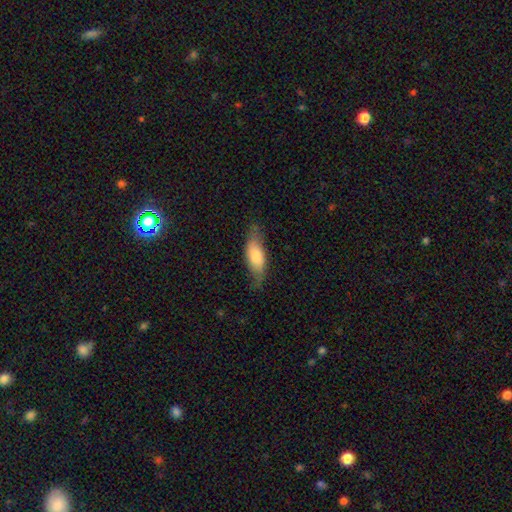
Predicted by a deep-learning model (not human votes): This is likely a smooth galaxy (69%). How rounded: likely in between (68%). Merging: likely none (68%).